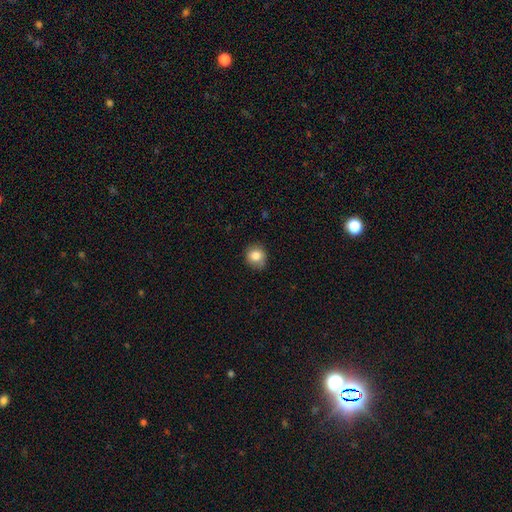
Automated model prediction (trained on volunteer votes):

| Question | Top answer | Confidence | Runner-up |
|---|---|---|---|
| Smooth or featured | smooth | 84% | star or artifact (9%) |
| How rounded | round | 82% | in between (17%) |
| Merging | none | 77% | minor disturbance (19%) |